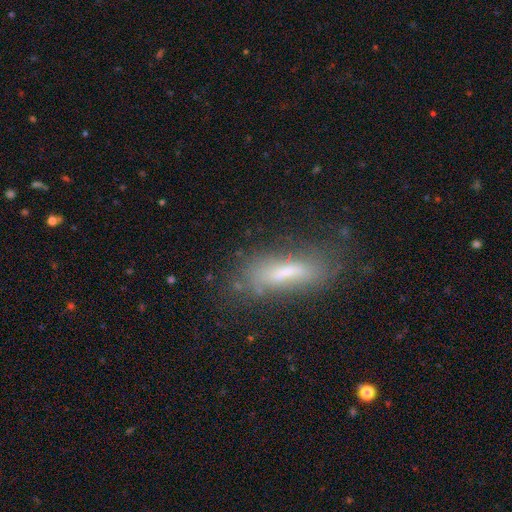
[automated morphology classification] Q: Smooth or featured?
A: smooth (54%); runner-up: featured or disk (34%)
Q: How rounded?
A: cigar-shaped (61%); runner-up: in between (37%)
Q: Merging?
A: none (65%); runner-up: minor disturbance (22%)